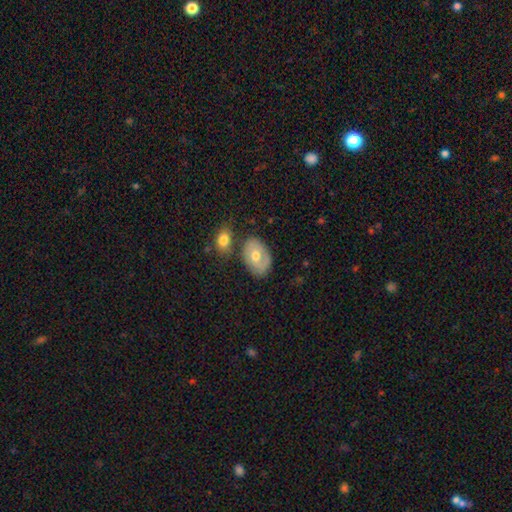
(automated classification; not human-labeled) Smooth or featured? smooth (54%)
How rounded? in between (84%)
Merging? none (65%)